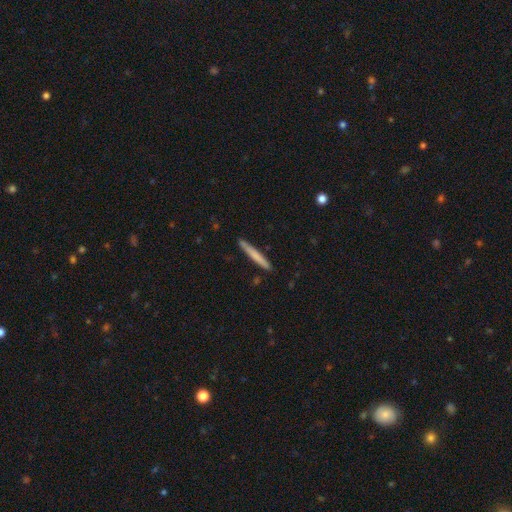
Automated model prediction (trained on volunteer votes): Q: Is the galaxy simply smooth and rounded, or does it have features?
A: smooth — 67%.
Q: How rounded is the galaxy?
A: cigar-shaped — 97%.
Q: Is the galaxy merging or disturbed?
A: none — 87%.